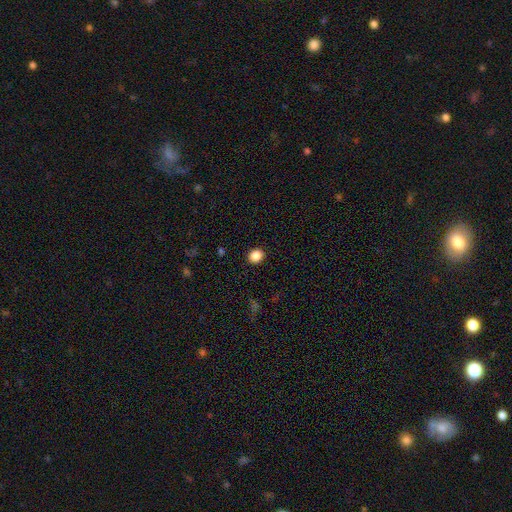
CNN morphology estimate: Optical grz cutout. It shows a smooth galaxy with no disk features (86%) that is round (78%). Merging: none (91%).